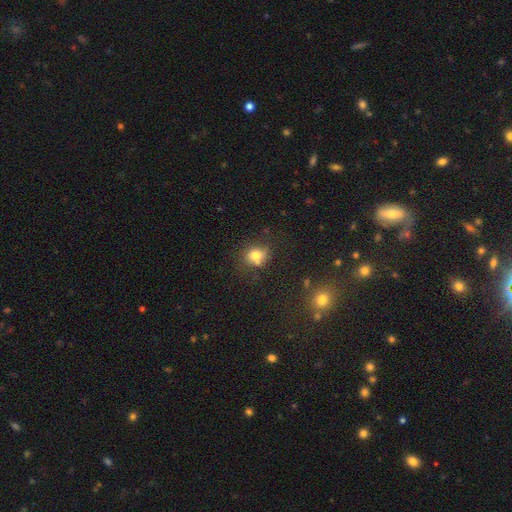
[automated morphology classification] smooth 75%, star or artifact 14%, featured or disk 11%. Down the decision tree: how rounded — round (66%); merging — none (57%).